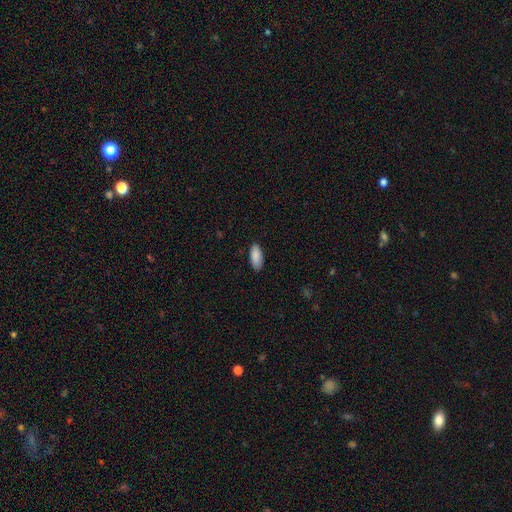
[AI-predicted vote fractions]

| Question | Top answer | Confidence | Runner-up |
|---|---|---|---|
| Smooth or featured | smooth | 90% | star or artifact (6%) |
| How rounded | in between | 87% | cigar-shaped (11%) |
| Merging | none | 87% | minor disturbance (10%) |